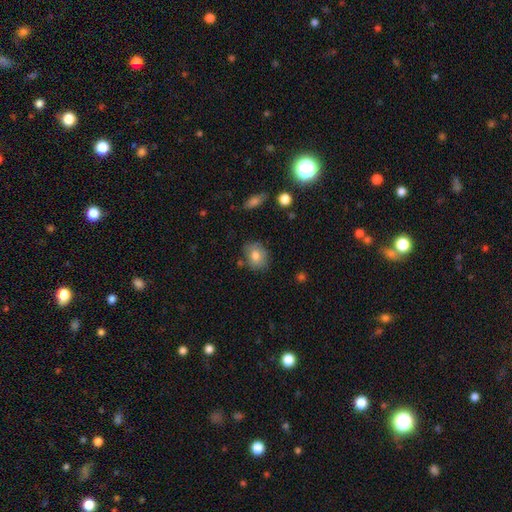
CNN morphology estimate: A smooth galaxy with no disk features (75%) that is in between round and cigar-shaped (52%). Merging: none (74%).